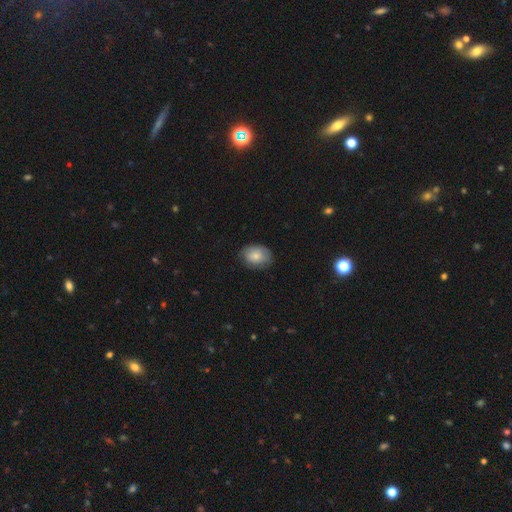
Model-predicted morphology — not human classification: Smooth or featured? Predicted: smooth (p=0.78). How rounded? Predicted: in between (p=0.67). Merging? Predicted: none (p=0.75).